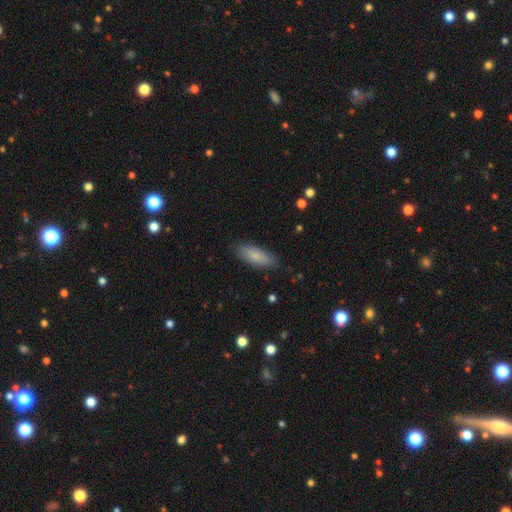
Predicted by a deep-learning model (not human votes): smooth-or-featured: smooth: 85% | featured or disk: 9% | star or artifact: 6%
  how-rounded: in between: 72% | cigar-shaped: 26% | round: 2%
  merging: none: 86% | minor disturbance: 11% | major disturbance: 2% | merger: 1%